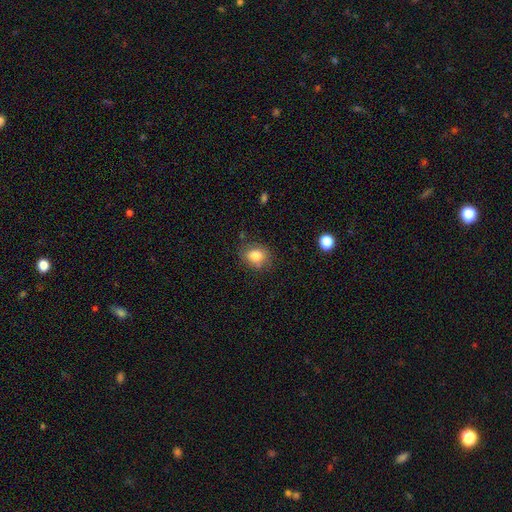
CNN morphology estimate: This is clearly a smooth galaxy (82%). How rounded: possibly in between (53%). Merging: likely none (74%).